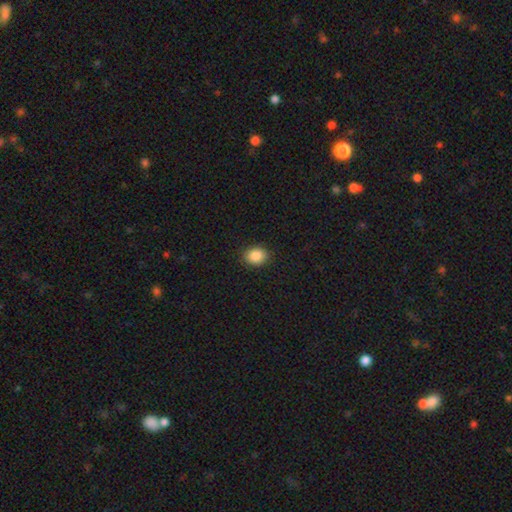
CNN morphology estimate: Overall: smooth (88%). How rounded: round (52%; in between 47%). Merging: none (90%).